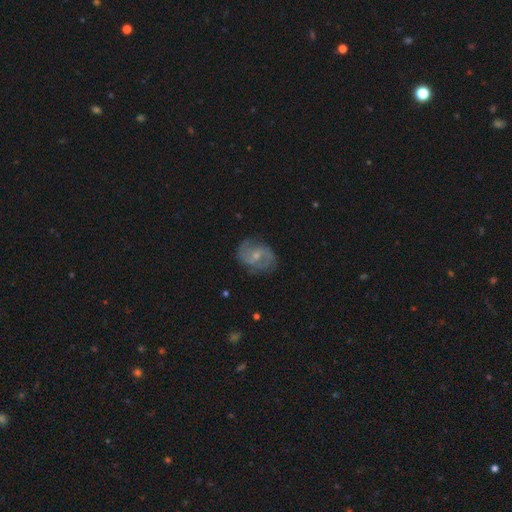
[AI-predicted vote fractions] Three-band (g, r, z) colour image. It shows a featured or disk galaxy (78%) with a weak bar (47%), 2 (82%) medium (51%) spiral arms (93%) and a small central bulge (56%). Merging: none (74%).